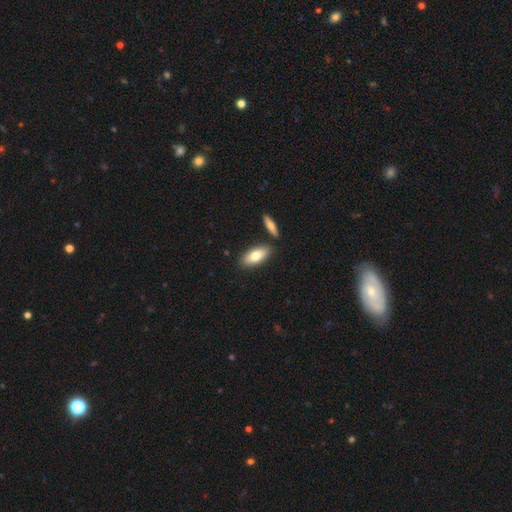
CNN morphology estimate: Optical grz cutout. It shows a smooth galaxy with no disk features (76%) that is in between round and cigar-shaped (82%). Merging: none (79%).